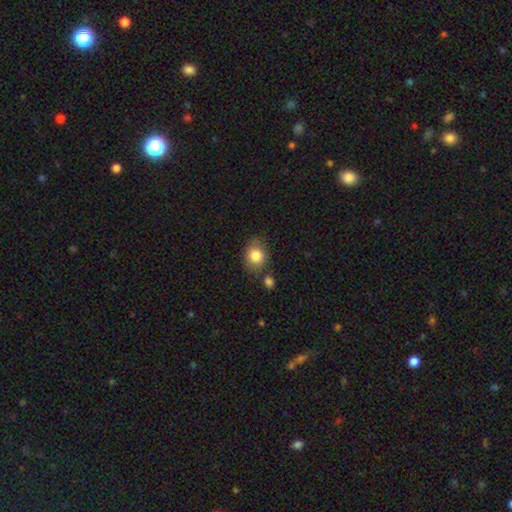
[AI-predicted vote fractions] Smooth or featured? Predicted: smooth (p=0.83). How rounded? Predicted: in between (p=0.50). Merging? Predicted: none (p=0.69).